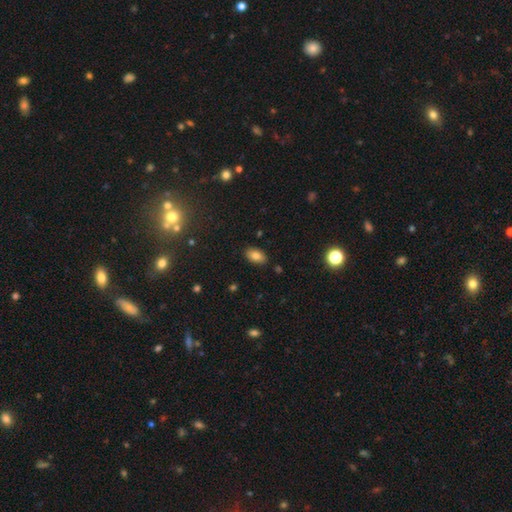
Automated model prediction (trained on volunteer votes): This is likely a smooth galaxy (79%). How rounded: clearly in between (92%). Merging: clearly none (86%).